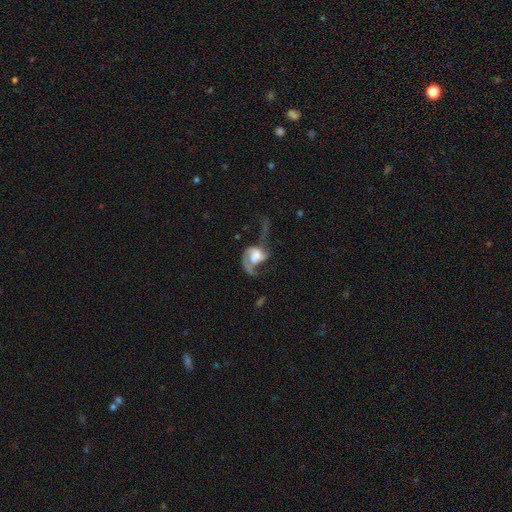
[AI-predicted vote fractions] This appears to be a featured or disk galaxy (77%) with no bar (57%), 2 (67%) loose (62%) spiral arms (89%) and a large central bulge (39%). Merging: major disturbance (49%).